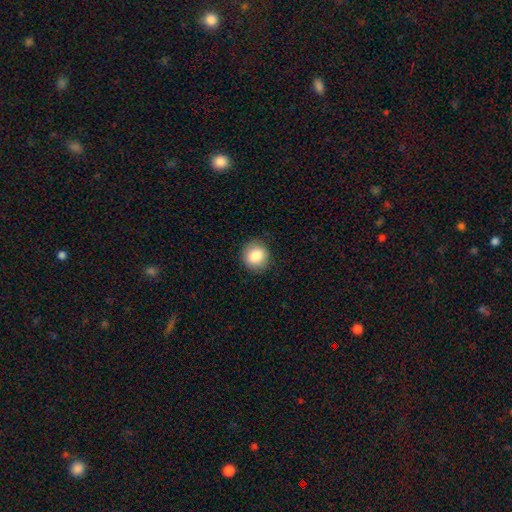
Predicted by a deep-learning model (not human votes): Smooth or featured?
  - smooth: 85% *
  - star or artifact: 9%
  - featured or disk: 7%
How rounded?
  - round: 86% *
  - in between: 13%
  - cigar-shaped: 1%
Merging?
  - none: 89% *
  - minor disturbance: 8%
  - major disturbance: 2%
  - merger: 1%